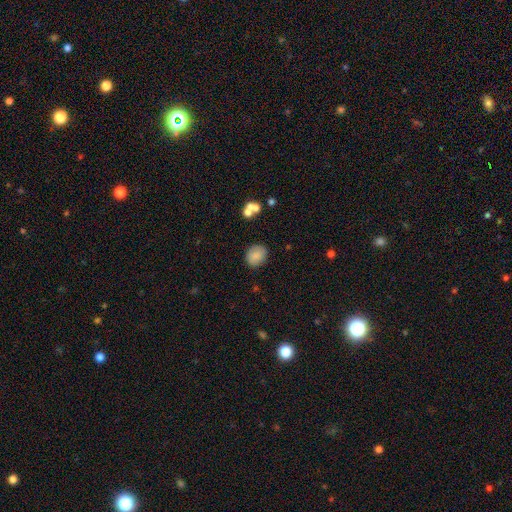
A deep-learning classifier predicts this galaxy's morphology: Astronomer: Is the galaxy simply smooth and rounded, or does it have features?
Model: smooth — 84%.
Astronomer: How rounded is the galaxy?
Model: round — 55% (runner-up: in between, 44%).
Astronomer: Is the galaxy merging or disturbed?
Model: none — 82%.